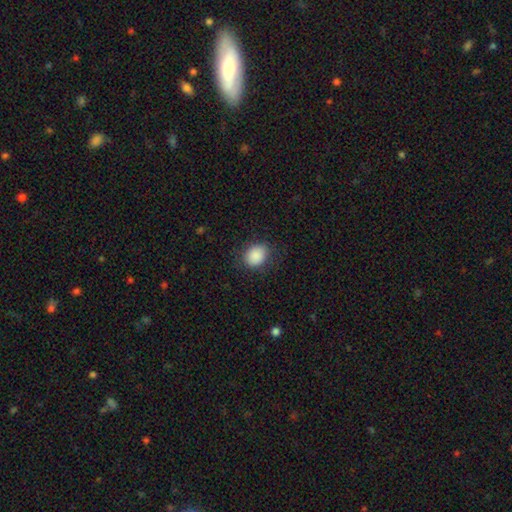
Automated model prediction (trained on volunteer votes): A smooth galaxy with no disk features (88%) that is round (51%). Merging: none (81%).